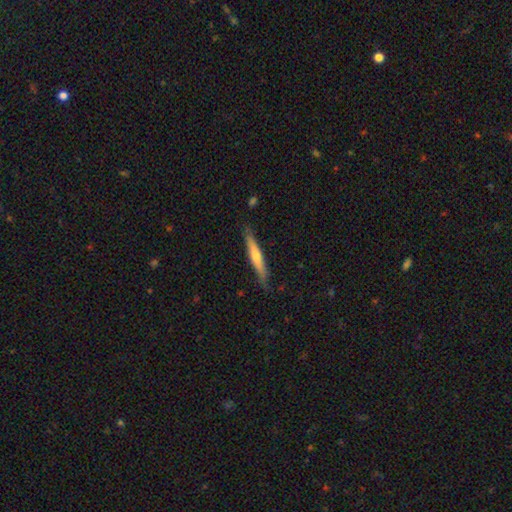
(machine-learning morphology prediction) featured or disk 52%, smooth 42%, star or artifact 6%. Down the decision tree: edge-on disk — yes (95%); merging — none (86%).